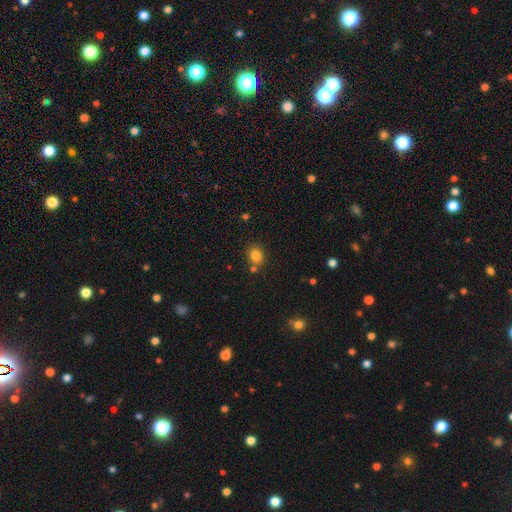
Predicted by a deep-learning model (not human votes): Smooth or featured? smooth (82%)
How rounded? round (67%)
Merging? none (75%)